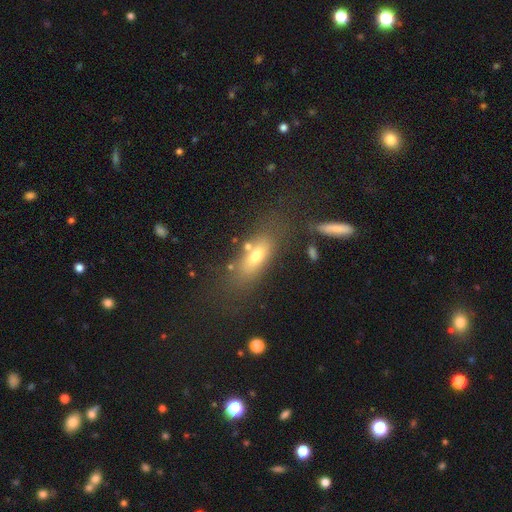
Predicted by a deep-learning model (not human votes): Smooth or featured?
  - smooth: 64% *
  - featured or disk: 22%
  - star or artifact: 13%
How rounded?
  - in between: 64% *
  - cigar-shaped: 29%
  - round: 6%
Merging?
  - none: 63% *
  - minor disturbance: 16%
  - major disturbance: 11%
  - merger: 11%